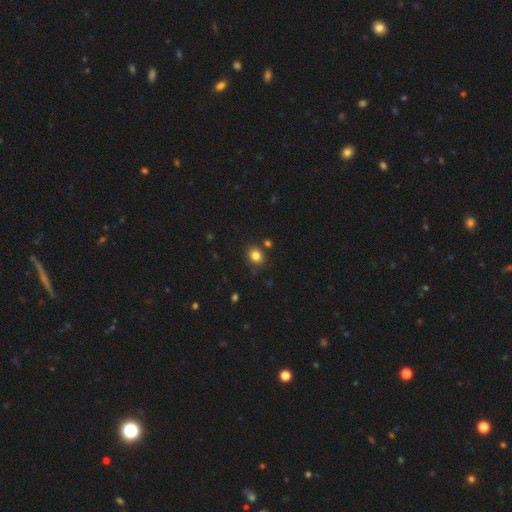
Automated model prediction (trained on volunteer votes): The model was most divided on "how rounded": round: 69%, in between: 30%, cigar-shaped: 1%. More confident: smooth or featured — smooth (82%); merging — none (81%).